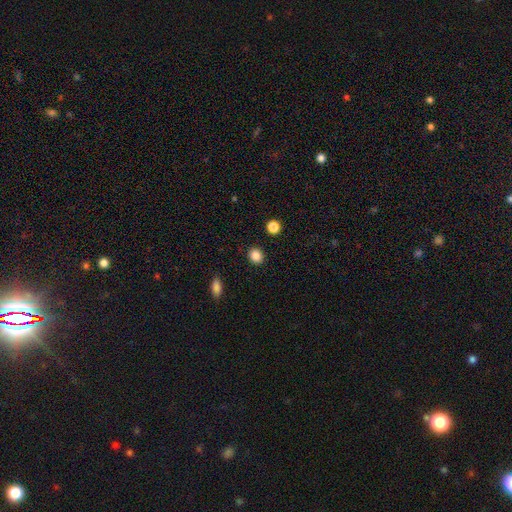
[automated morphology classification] Overall: smooth (86%). How rounded: round (79%). Merging: none (91%).